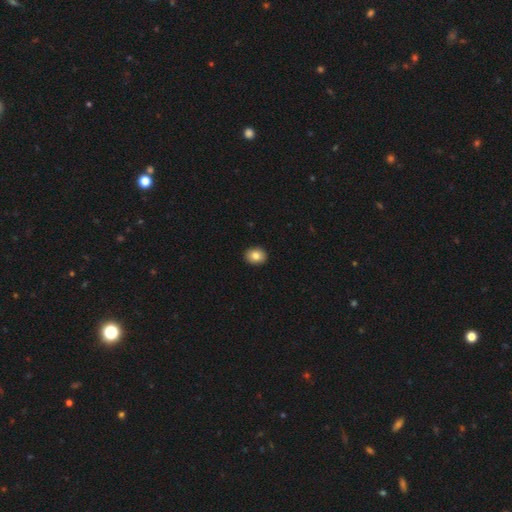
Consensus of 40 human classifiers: Smooth or featured: smooth — 85% (featured or disk — 8%)
How rounded: round — 56% (in between — 44%)
Merging: none — 97% (minor disturbance — 3%)